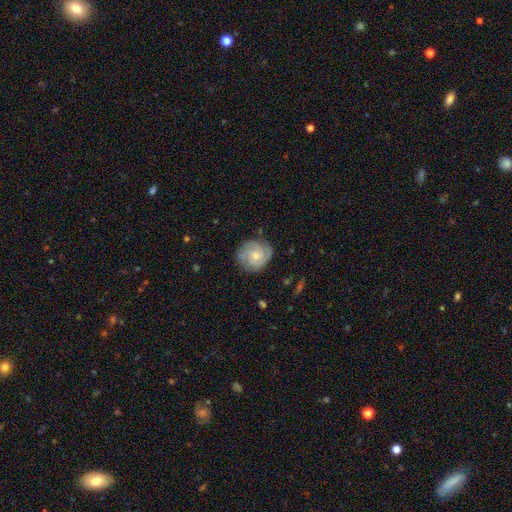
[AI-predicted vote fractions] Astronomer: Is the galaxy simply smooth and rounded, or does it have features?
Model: featured or disk — 72%.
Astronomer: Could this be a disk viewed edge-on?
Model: no — 98%.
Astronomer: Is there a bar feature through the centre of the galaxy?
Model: no — 75%.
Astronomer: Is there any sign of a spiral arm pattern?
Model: yes — 95%.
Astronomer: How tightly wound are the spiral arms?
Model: tight — 62%.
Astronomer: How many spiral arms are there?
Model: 3 — 37% (runner-up: 2, 25%).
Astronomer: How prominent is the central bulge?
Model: small — 55% (runner-up: moderate, 38%).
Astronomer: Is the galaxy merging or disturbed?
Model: none — 78%.